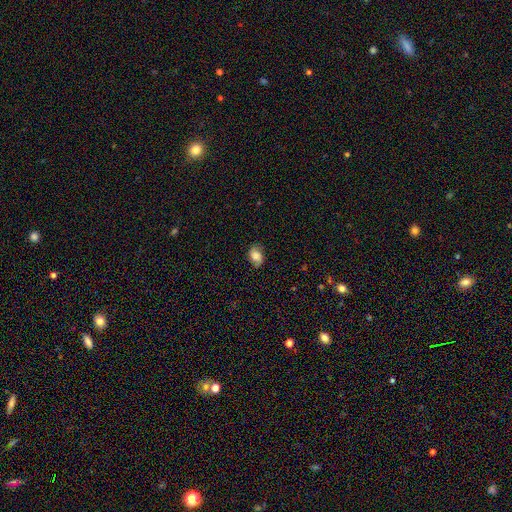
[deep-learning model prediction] smooth_or_featured: smooth (p=0.70) [alt: featured or disk p=0.20]
how_rounded: in between (p=0.74) [alt: round p=0.25]
merging: none (p=0.76) [alt: minor disturbance p=0.18]